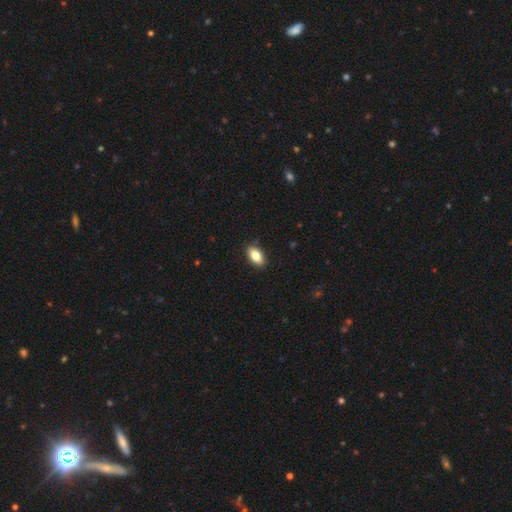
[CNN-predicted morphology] The model was most divided on "smooth or featured": smooth: 82%, featured or disk: 11%, star or artifact: 7%. More confident: how rounded — in between (90%); merging — none (88%).